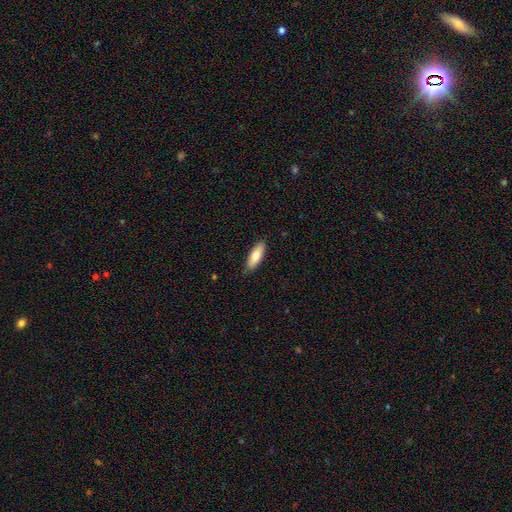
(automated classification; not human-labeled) A smooth galaxy with no disk features (76%) that is in between round and cigar-shaped (58%). Merging: none (86%).